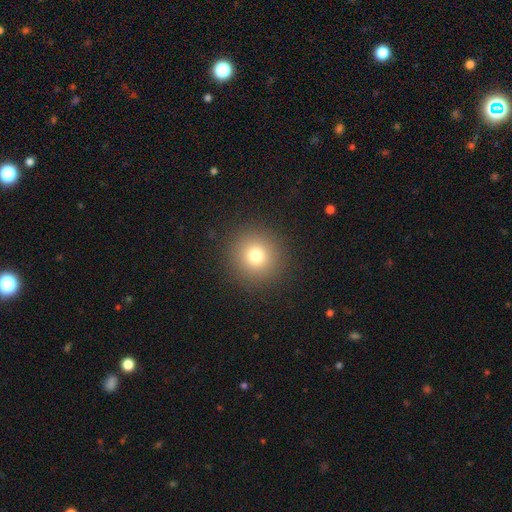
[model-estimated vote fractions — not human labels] The model was most divided on "smooth or featured": smooth: 76%, star or artifact: 15%, featured or disk: 10%. More confident: how rounded — round (95%); merging — none (91%).